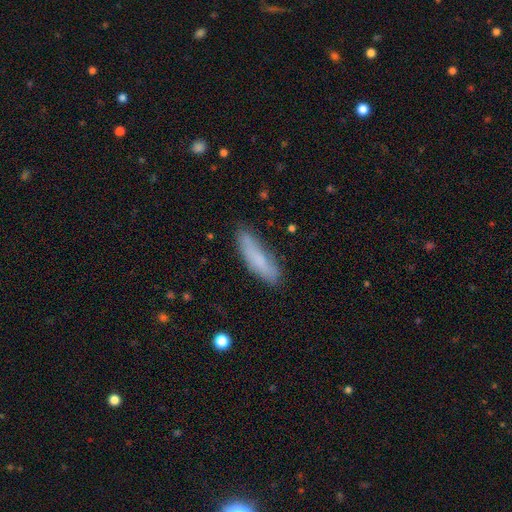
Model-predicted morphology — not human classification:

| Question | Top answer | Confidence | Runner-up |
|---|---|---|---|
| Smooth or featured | smooth | 76% | featured or disk (17%) |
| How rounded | cigar-shaped | 63% | in between (35%) |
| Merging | none | 76% | minor disturbance (18%) |